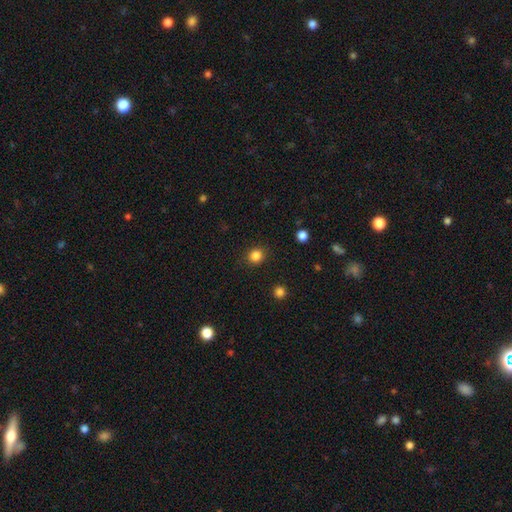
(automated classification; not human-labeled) Smooth or featured? Predicted: smooth (p=0.84). How rounded? Predicted: round (p=0.88). Merging? Predicted: none (p=0.90).